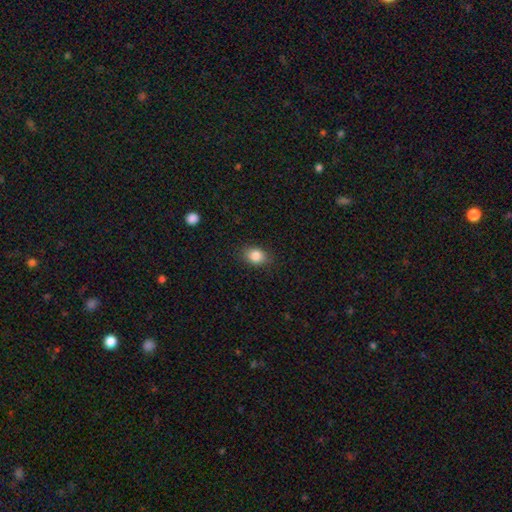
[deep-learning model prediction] Smooth or featured? Predicted: smooth (p=0.85). How rounded? Predicted: in between (p=0.64). Merging? Predicted: none (p=0.84).